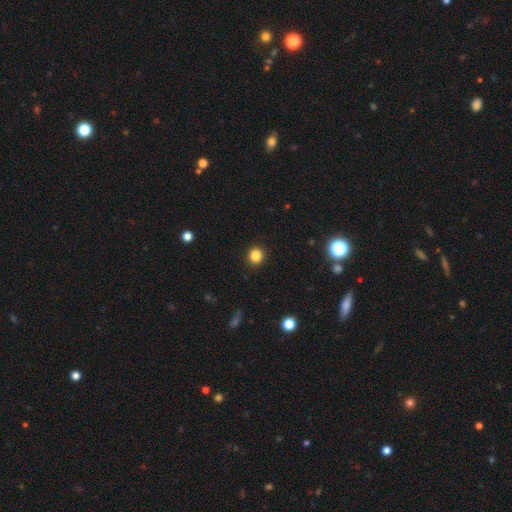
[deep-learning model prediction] This appears to be a smooth galaxy with no disk features (85%) that is round (88%). Merging: none (92%).